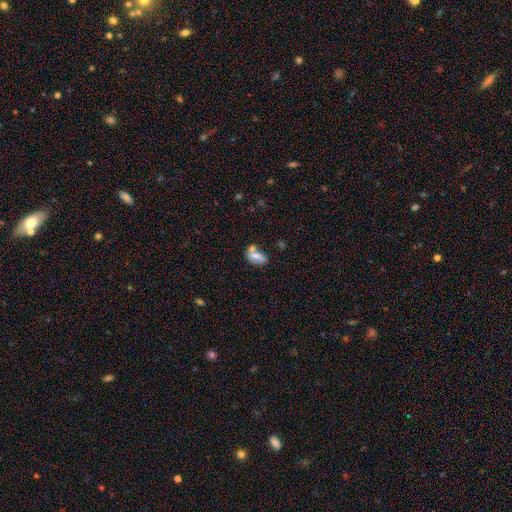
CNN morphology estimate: The model was most divided on "merging": none: 38%, merger: 33%, minor disturbance: 20%, major disturbance: 10%. More confident: how rounded — in between (86%); smooth or featured — smooth (57%).